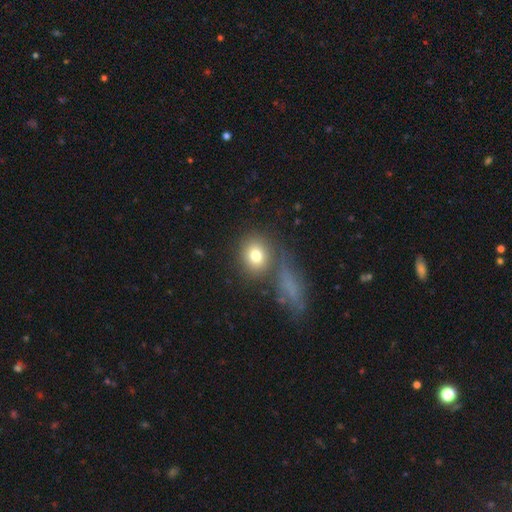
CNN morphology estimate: Overall: smooth (77%). How rounded: round (74%). Merging: none (68%).